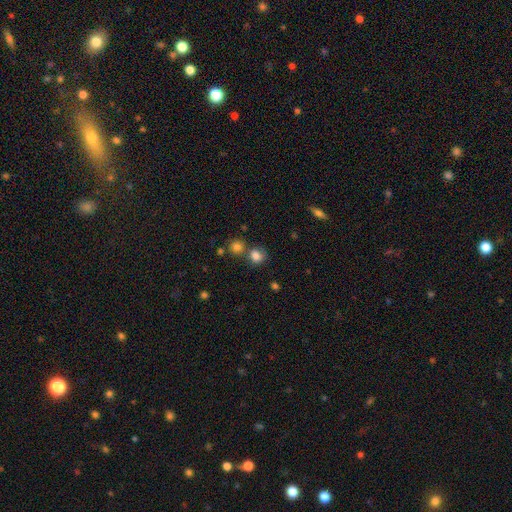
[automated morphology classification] The model was most divided on "merging": none: 61%, merger: 23%, minor disturbance: 12%, major disturbance: 5%. More confident: smooth or featured — smooth (81%); how rounded — round (75%).